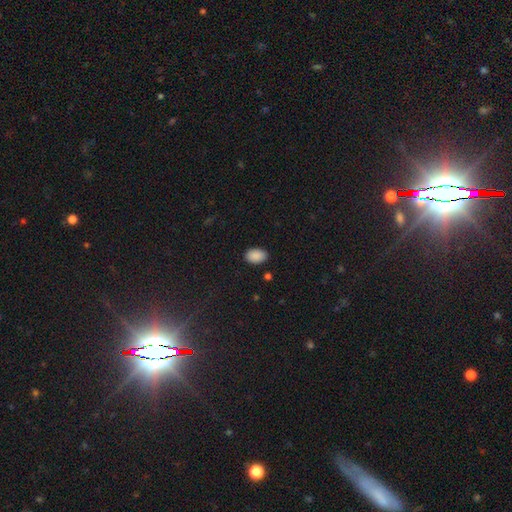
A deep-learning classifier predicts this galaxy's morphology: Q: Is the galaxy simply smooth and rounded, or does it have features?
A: smooth — 89%.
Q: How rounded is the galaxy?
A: in between — 89%.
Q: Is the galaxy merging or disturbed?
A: none — 87%.